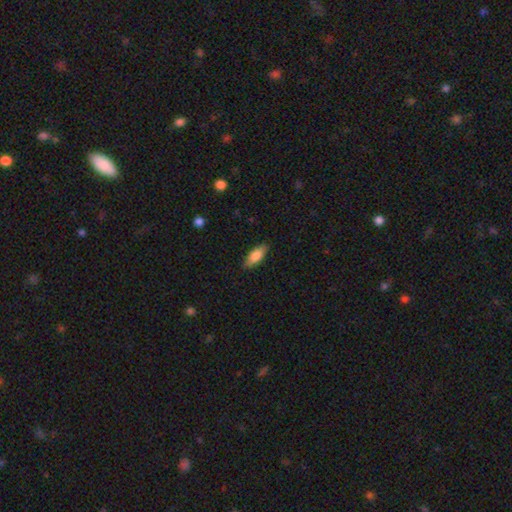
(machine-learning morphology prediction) The model was most divided on "how rounded": in between: 71%, cigar-shaped: 27%, round: 2%. More confident: merging — none (85%); smooth or featured — smooth (79%).